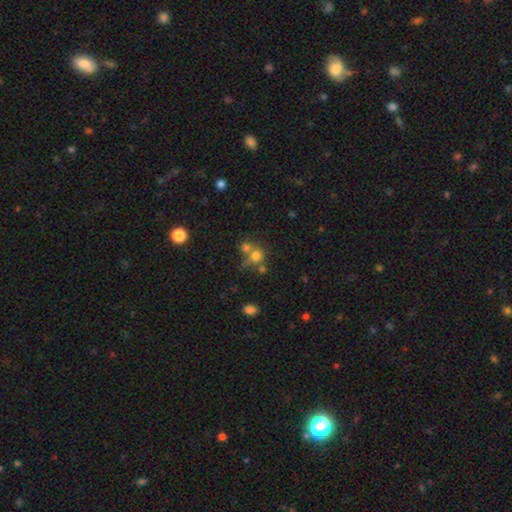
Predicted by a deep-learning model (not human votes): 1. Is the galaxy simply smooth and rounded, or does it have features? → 71% smooth, 16% star or artifact, 13% featured or disk.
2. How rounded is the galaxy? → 83% round, 15% in between, 1% cigar-shaped.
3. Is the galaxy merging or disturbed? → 43% merger (tied), 43% none (tied), 9% minor disturbance, 6% major disturbance.